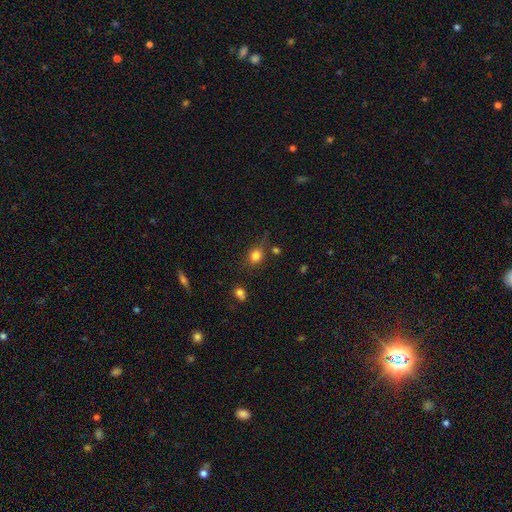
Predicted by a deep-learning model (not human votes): This is clearly a smooth galaxy (81%). How rounded: likely round (66%). Merging: likely none (69%).